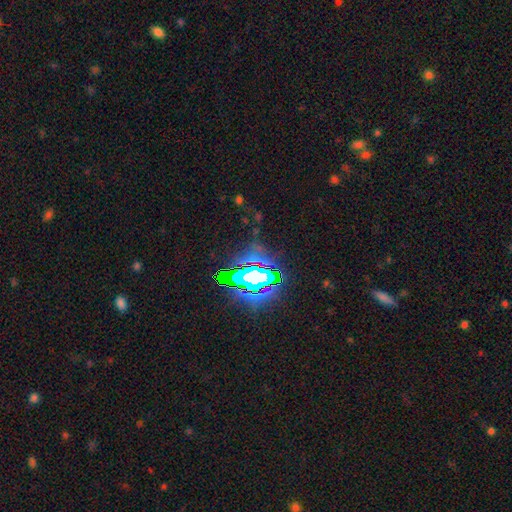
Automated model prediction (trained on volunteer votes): star or artifact 83%, smooth 9%, featured or disk 8%.